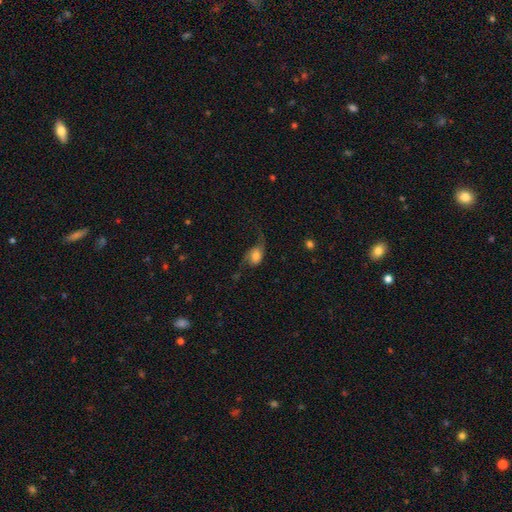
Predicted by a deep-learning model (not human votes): smooth-or-featured: smooth: 52% | featured or disk: 39% | star or artifact: 9%
  how-rounded: in between: 74% | round: 23% | cigar-shaped: 3%
  merging: major disturbance: 39% | none: 35% | minor disturbance: 23% | merger: 3%